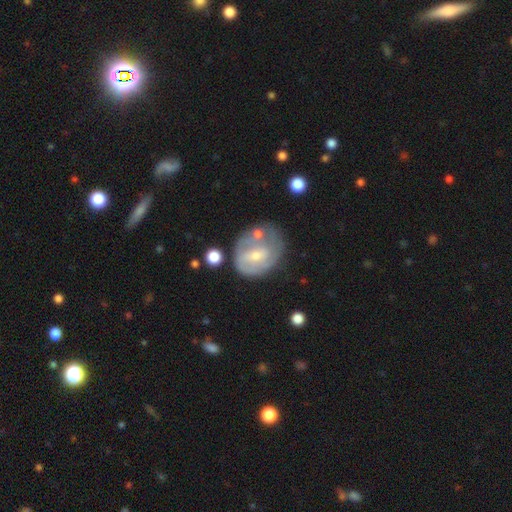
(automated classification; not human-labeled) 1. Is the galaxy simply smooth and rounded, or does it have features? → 62% featured or disk, 31% smooth, 7% star or artifact.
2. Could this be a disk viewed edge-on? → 96% no, 4% yes.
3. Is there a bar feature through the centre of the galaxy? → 47% weak, 36% no, 17% strong.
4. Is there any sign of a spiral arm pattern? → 61% yes, 39% no.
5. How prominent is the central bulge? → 59% small, 36% moderate, 2% none, 2% large, 1% dominant.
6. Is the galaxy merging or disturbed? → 46% none, 25% minor disturbance, 15% merger, 14% major disturbance.